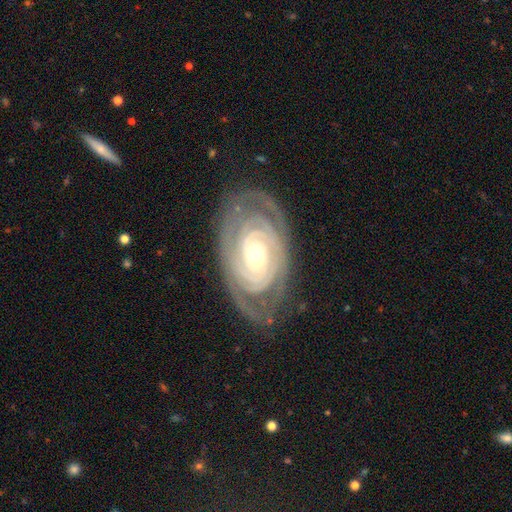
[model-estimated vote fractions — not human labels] This appears to be a featured or disk galaxy (88%) with no bar (66%), tight (83%) spiral arms (95%) and a moderate central bulge (57%). Merging: none (77%).